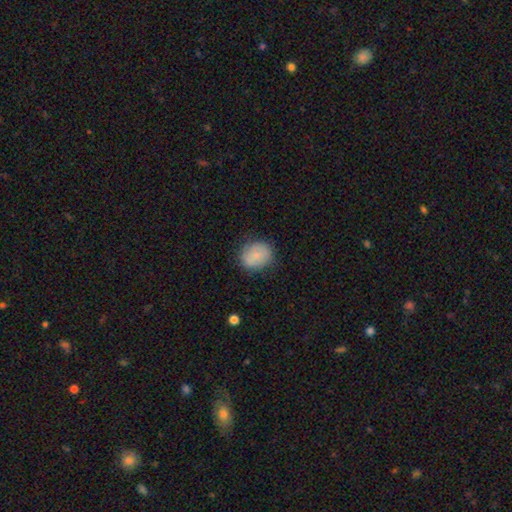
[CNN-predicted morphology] This appears to be a smooth galaxy with no disk features (76%) that is round (68%). Merging: none (76%).